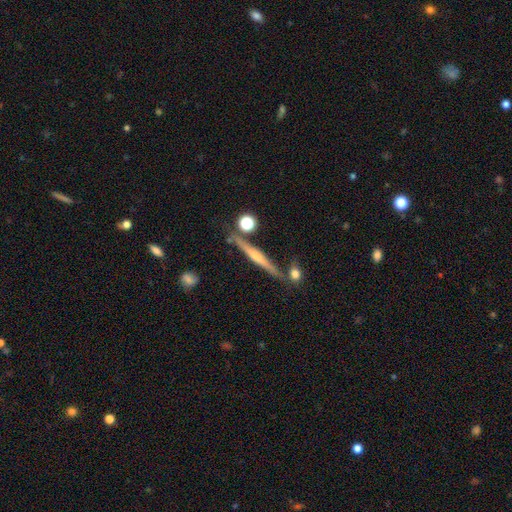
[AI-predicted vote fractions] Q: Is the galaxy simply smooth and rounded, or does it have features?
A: featured or disk — 73%.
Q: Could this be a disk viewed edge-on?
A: yes — 97%.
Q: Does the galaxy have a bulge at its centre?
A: rounded — 74%.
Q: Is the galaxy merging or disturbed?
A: none — 82%.